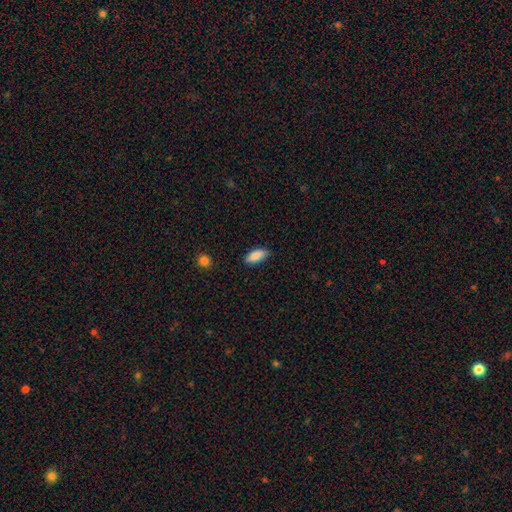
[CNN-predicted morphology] A smooth galaxy with no disk features (89%) that is in between round and cigar-shaped (85%). Merging: none (83%).